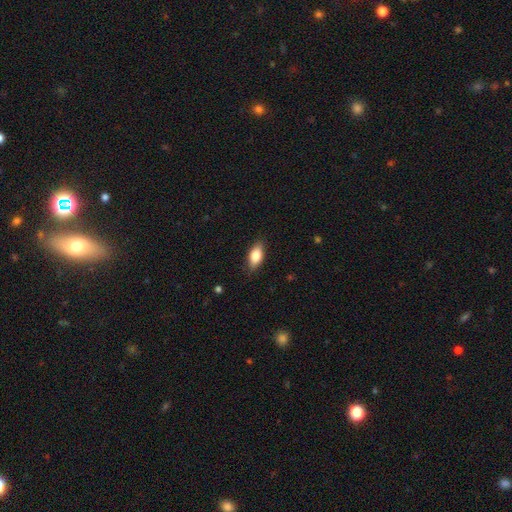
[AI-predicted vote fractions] The model was most divided on "smooth or featured": smooth: 78%, featured or disk: 15%, star or artifact: 7%. More confident: how rounded — in between (85%); merging — none (84%).